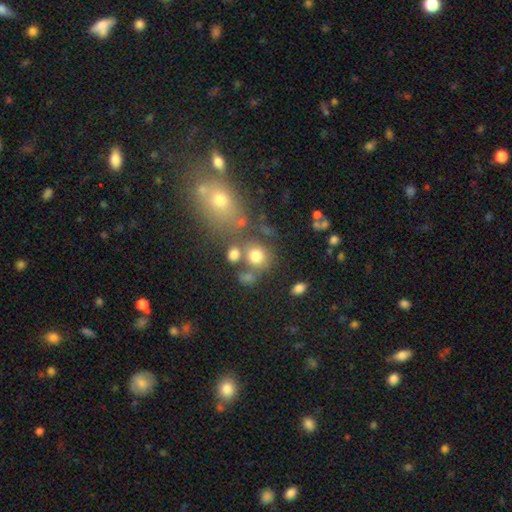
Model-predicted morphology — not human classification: Smooth or featured? Predicted: smooth (p=0.73). How rounded? Predicted: round (p=0.76). Merging? Predicted: none (p=0.54).